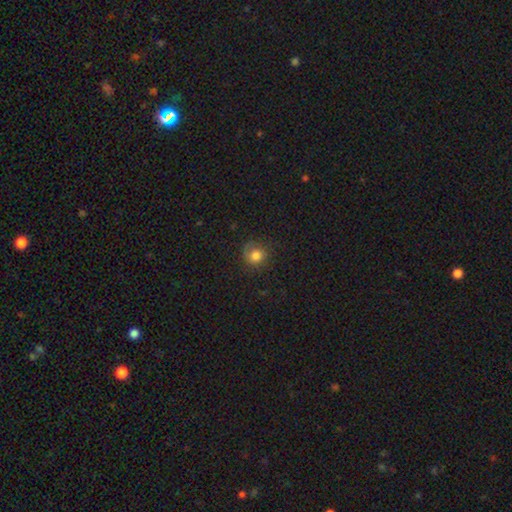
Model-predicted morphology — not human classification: Smooth or featured? Predicted: smooth (p=0.78). How rounded? Predicted: round (p=0.85). Merging? Predicted: none (p=0.70).